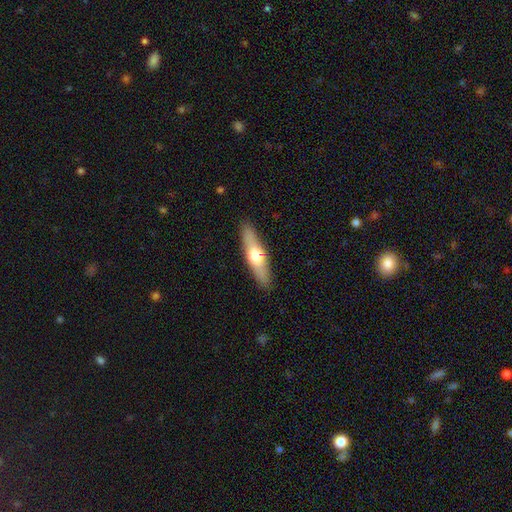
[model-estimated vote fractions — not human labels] smooth_or_featured: smooth (p=0.52) [alt: featured or disk p=0.43]
how_rounded: cigar-shaped (p=0.71) [alt: in between p=0.27]
merging: none (p=0.89) [alt: minor disturbance p=0.08]